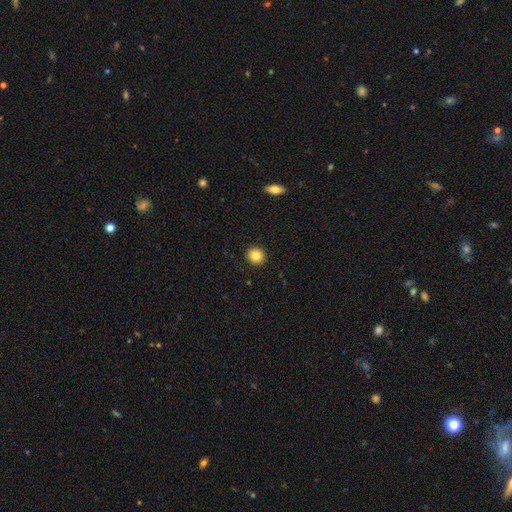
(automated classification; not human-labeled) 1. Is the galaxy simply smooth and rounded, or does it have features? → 83% smooth, 10% star or artifact, 7% featured or disk.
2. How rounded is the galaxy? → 90% round, 9% in between, 1% cigar-shaped.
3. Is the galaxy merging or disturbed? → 93% none, 5% minor disturbance, 2% major disturbance, 1% merger.